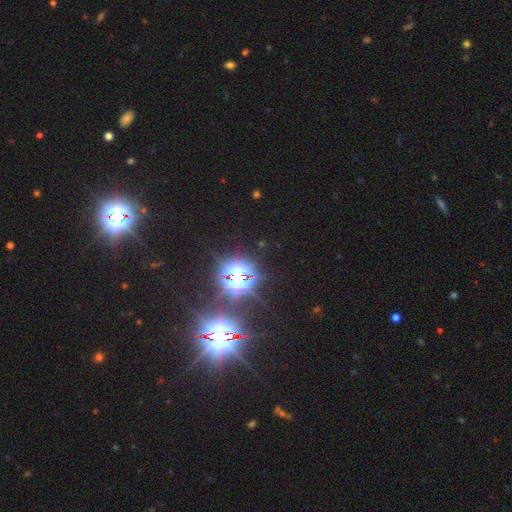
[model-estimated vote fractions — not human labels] Smooth or featured: star or artifact — 81% (smooth — 13%)